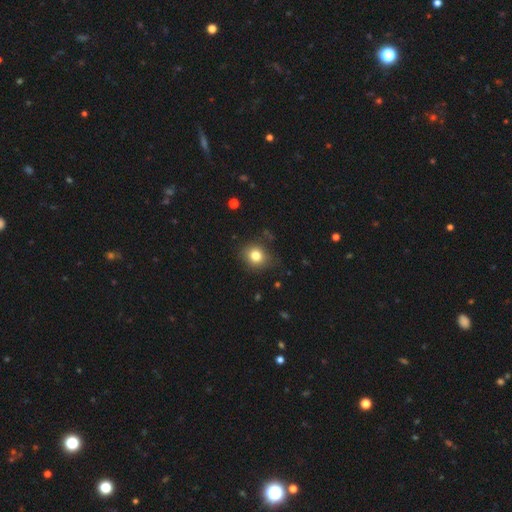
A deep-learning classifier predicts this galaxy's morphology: Smooth or featured?
  - smooth: 80% *
  - star or artifact: 12%
  - featured or disk: 8%
How rounded?
  - round: 76% *
  - in between: 23%
  - cigar-shaped: 1%
Merging?
  - none: 81% *
  - minor disturbance: 14%
  - major disturbance: 3%
  - merger: 2%